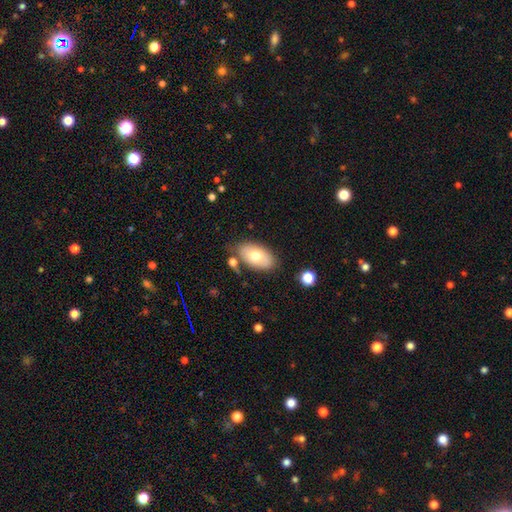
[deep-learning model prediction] Morphology: type=smooth (70%); roundness=in between (94%); merging=none (72%).